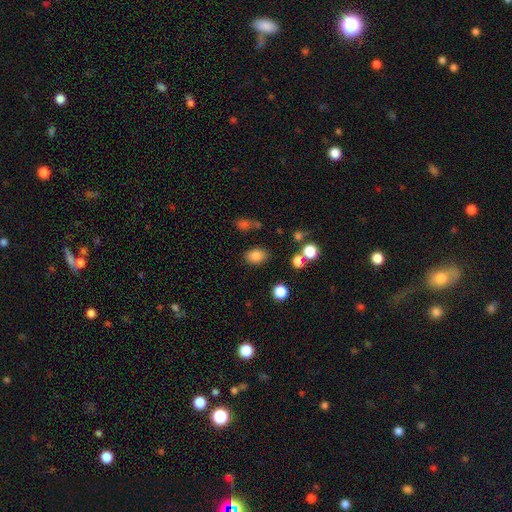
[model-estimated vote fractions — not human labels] Smooth or featured: smooth — 83% (star or artifact — 11%)
How rounded: in between — 74% (round — 25%)
Merging: none — 81% (minor disturbance — 11%)